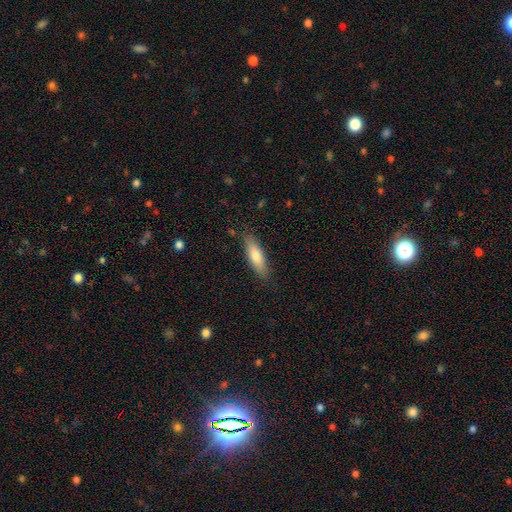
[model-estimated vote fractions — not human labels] This is likely a smooth galaxy (76%). How rounded: possibly cigar-shaped (50%). Merging: clearly none (83%).